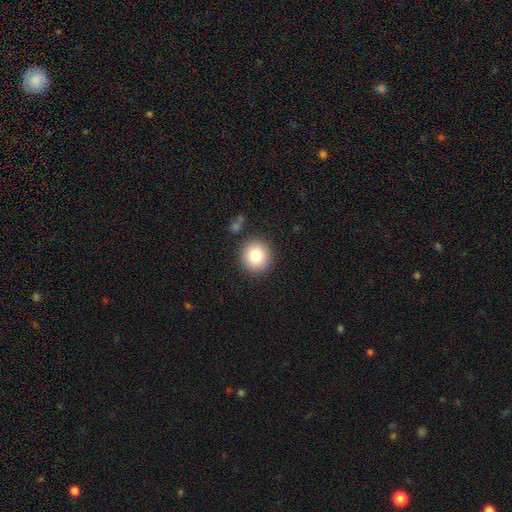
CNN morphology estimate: A smooth galaxy with no disk features (83%) that is round (92%).

Vote fractions:
- Smooth or featured? smooth: 83% / star or artifact: 10% / featured or disk: 8%
- How rounded? round: 92% / in between: 7% / cigar-shaped: 1%
- Merging? none: 87% / minor disturbance: 8% / merger: 3% / major disturbance: 2%